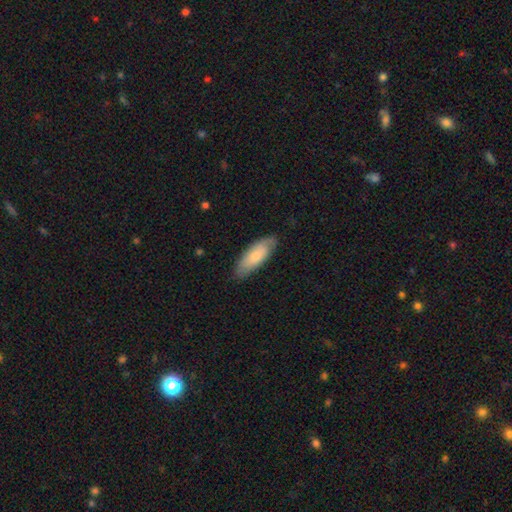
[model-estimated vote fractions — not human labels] smooth-or-featured: smooth: 70% | featured or disk: 25% | star or artifact: 5%
  how-rounded: in between: 73% | cigar-shaped: 25% | round: 2%
  merging: none: 78% | minor disturbance: 18% | major disturbance: 3% | merger: 1%